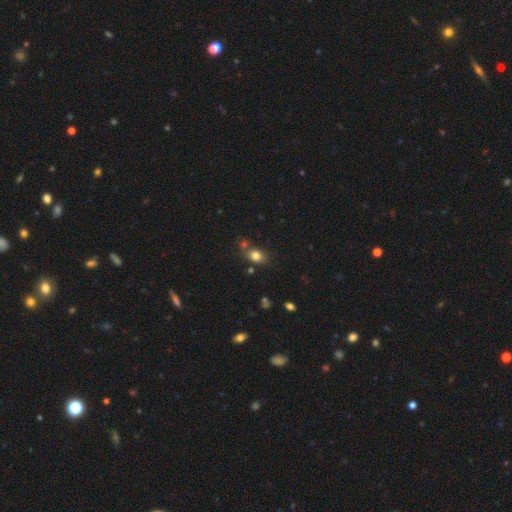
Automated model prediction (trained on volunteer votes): Q: Smooth or featured?
A: smooth (79%); runner-up: star or artifact (13%)
Q: How rounded?
A: in between (55%); runner-up: round (43%)
Q: Merging?
A: none (60%); runner-up: merger (19%)